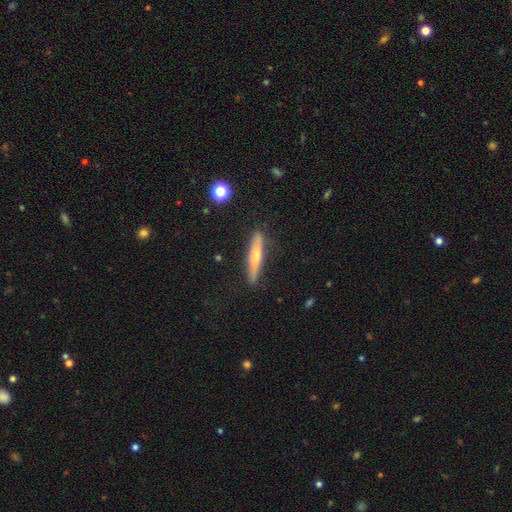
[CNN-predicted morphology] The model was most divided on "smooth or featured": smooth: 50%, featured or disk: 43%, star or artifact: 7%. More confident: how rounded — cigar-shaped (92%); merging — none (86%).